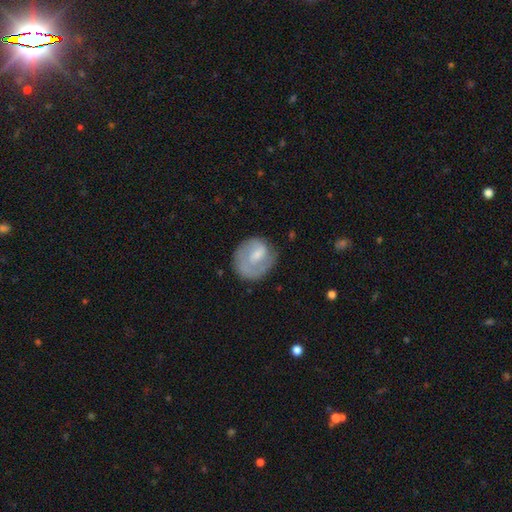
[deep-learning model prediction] Smooth or featured?
  - featured or disk: 50% *
  - smooth: 44%
  - star or artifact: 6%
Merging?
  - none: 59% *
  - minor disturbance: 23%
  - major disturbance: 17%
  - merger: 2%